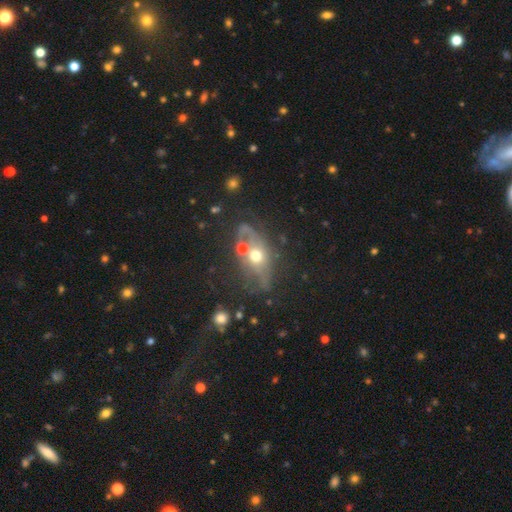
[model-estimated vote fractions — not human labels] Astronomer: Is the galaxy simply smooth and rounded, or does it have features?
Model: featured or disk — 50% (runner-up: smooth, 36%).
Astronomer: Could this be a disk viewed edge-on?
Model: no — 83%.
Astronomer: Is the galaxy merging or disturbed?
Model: none — 46%.